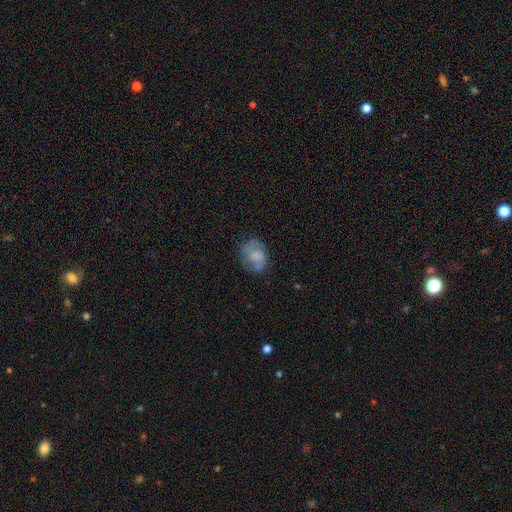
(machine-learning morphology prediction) Overall: smooth (58%; featured or disk 32%). How rounded: in between (63%; round 36%). Merging: none (59%; minor disturbance 25%).